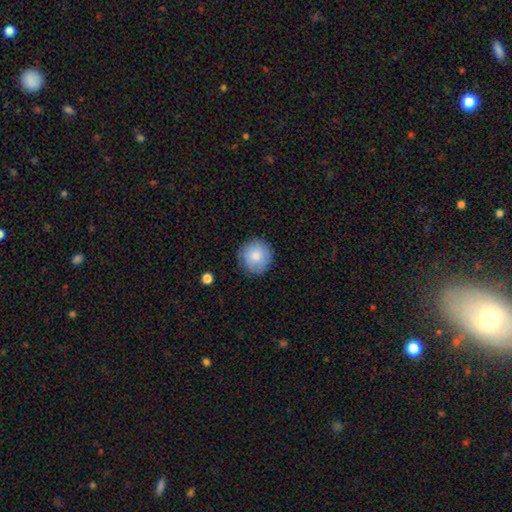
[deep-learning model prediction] A smooth galaxy with no disk features (82%) that is round (94%).

Vote fractions:
- Smooth or featured? smooth: 82% / featured or disk: 10% / star or artifact: 7%
- How rounded? round: 94% / in between: 5% / cigar-shaped: 1%
- Merging? none: 85% / minor disturbance: 11% / major disturbance: 2% / merger: 1%